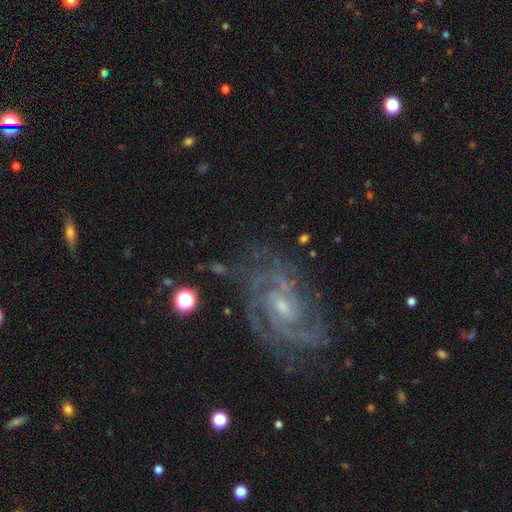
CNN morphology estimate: smooth-or-featured: featured or disk: 87% | star or artifact: 8% | smooth: 5%
  disk-edge-on: no: 97% | yes: 3%
    bar: no: 45% | weak: 42% | strong: 13%
    has-spiral-arms: yes: 98% | no: 2%
      spiral-winding: tight: 58% | medium: 36% | loose: 6%
      spiral-arm-count: 2: 31% | 3: 23% | can't tell: 18% | 4: 13% | more than 4: 8% | 1: 7%
    bulge-size: small: 69% | moderate: 25% | none: 4% | large: 1% | dominant: 1%
  merging: none: 77% | minor disturbance: 14% | major disturbance: 7% | merger: 2%